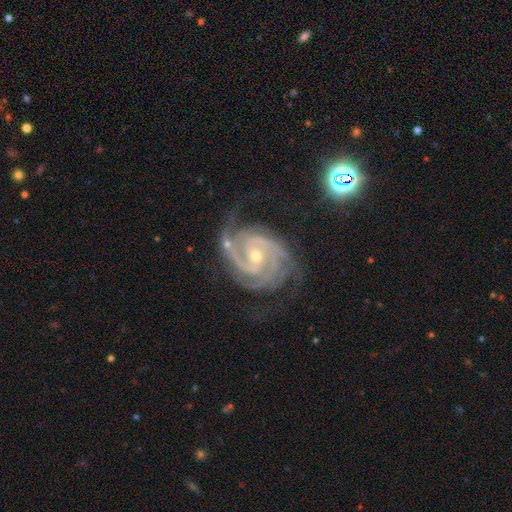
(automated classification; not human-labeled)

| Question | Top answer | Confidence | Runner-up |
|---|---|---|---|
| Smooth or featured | featured or disk | 93% | star or artifact (4%) |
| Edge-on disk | no | 98% | yes (2%) |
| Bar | no | 48% | weak (36%) |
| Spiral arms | yes | 99% | no (1%) |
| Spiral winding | tight | 65% | medium (31%) |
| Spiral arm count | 3 | 37% | 2 (24%) |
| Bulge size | small | 60% | moderate (37%) |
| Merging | none | 67% | minor disturbance (20%) |